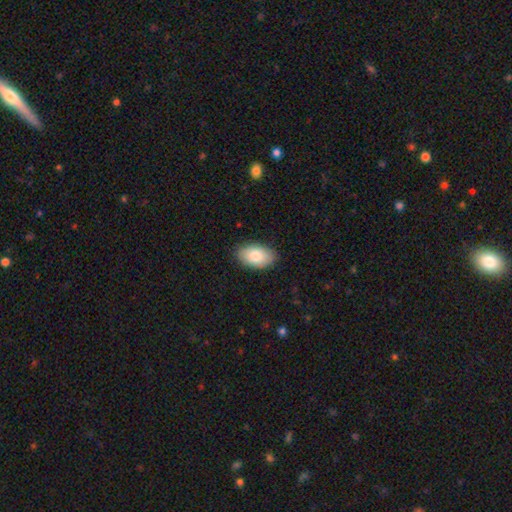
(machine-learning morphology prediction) smooth 82%, featured or disk 11%, star or artifact 7%. Down the decision tree: how rounded — in between (93%); merging — none (87%).